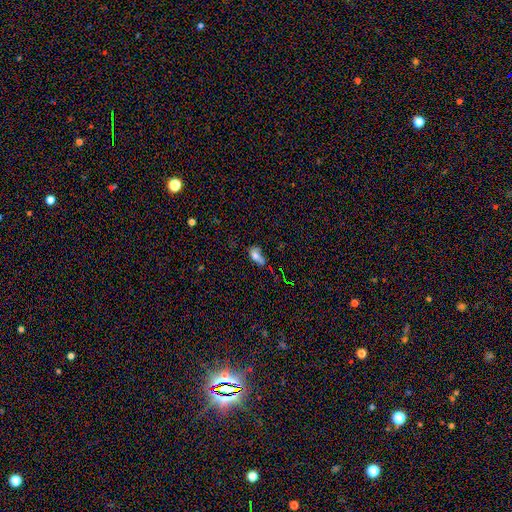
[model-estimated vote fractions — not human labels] The model was most divided on "merging": none: 29%, minor disturbance: 27%, merger: 23%, major disturbance: 21%. More confident: how rounded — in between (81%); smooth or featured — smooth (70%).